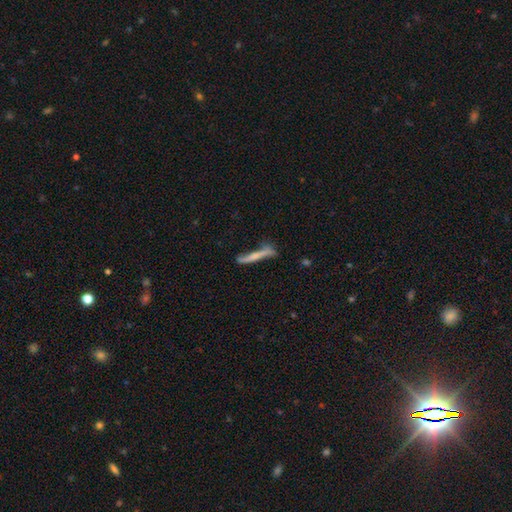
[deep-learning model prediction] This is possibly a smooth galaxy (50%). Merging: possibly none (54%).